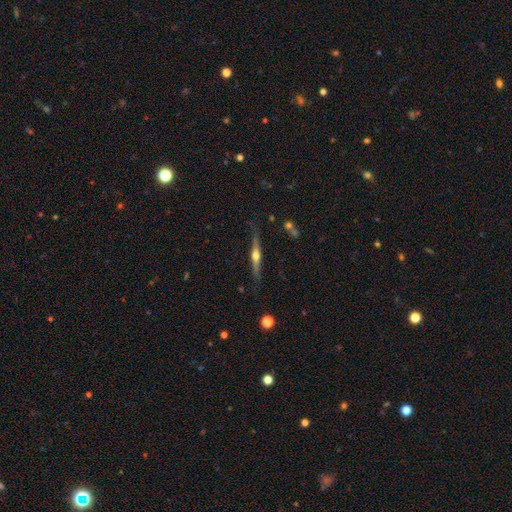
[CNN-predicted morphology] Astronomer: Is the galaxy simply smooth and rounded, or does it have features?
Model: featured or disk — 73%.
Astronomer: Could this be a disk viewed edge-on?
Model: yes — 97%.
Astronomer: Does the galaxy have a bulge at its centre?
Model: rounded — 93%.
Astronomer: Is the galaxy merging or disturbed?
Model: none — 81%.